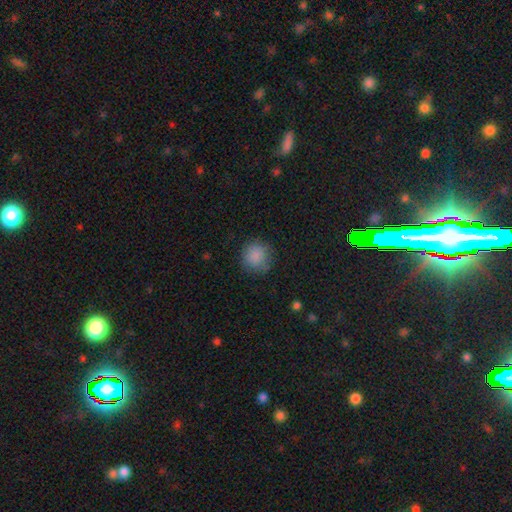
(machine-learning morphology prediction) Smooth or featured? Predicted: smooth (p=0.86). How rounded? Predicted: round (p=0.89). Merging? Predicted: none (p=0.81).